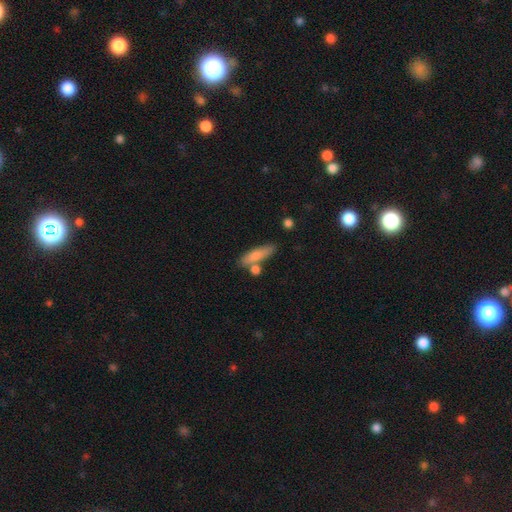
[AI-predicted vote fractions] A smooth galaxy with no disk features (77%) that is cigar-shaped (67%).

Vote fractions:
- Smooth or featured? smooth: 77% / featured or disk: 17% / star or artifact: 6%
- How rounded? cigar-shaped: 67% / in between: 30% / round: 3%
- Merging? none: 68% / merger: 15% / minor disturbance: 14% / major disturbance: 4%